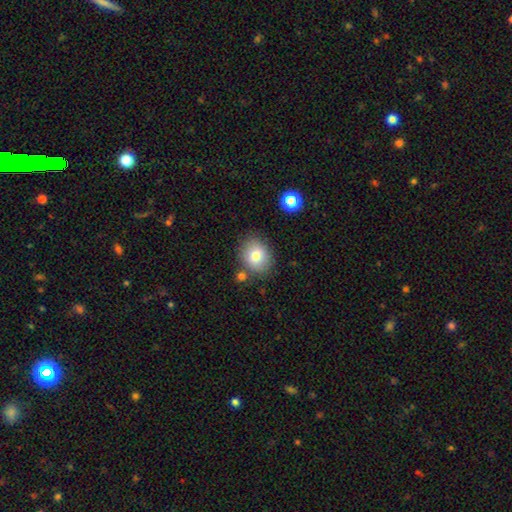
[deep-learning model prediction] A smooth galaxy with no disk features (78%) that is round (61%). Merging: none (77%).